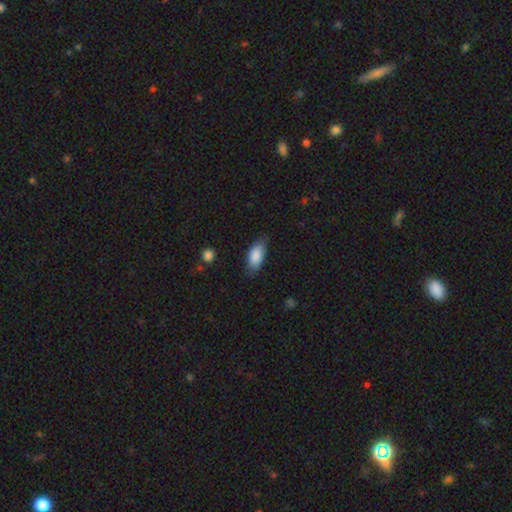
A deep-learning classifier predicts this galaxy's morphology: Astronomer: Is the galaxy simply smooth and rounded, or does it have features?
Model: smooth — 86%.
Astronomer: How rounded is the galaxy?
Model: in between — 90%.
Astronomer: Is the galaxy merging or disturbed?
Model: none — 69%.